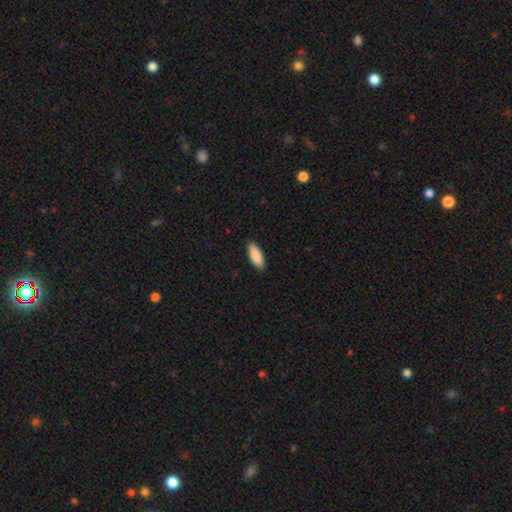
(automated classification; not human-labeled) smooth_or_featured: smooth (p=0.89) [alt: featured or disk p=0.06]
how_rounded: in between (p=0.71) [alt: cigar-shaped p=0.27]
merging: none (p=0.88) [alt: minor disturbance p=0.10]